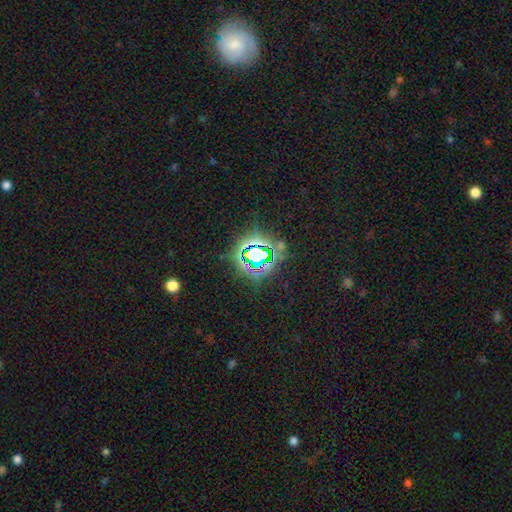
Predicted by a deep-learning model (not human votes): A star or artifact, not a galaxy (74%).